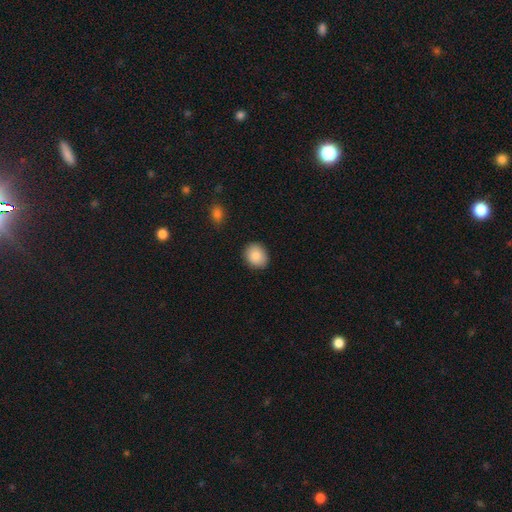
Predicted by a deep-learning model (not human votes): smooth 86%, star or artifact 7%, featured or disk 6%. Down the decision tree: how rounded — round (58%); merging — none (88%).